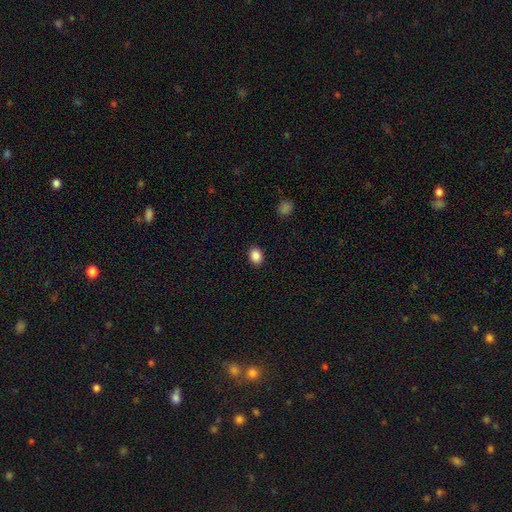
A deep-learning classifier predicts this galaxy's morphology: smooth_or_featured: smooth (p=0.88) [alt: star or artifact p=0.09]
how_rounded: in between (p=0.55) [alt: round p=0.44]
merging: none (p=0.90) [alt: minor disturbance p=0.07]